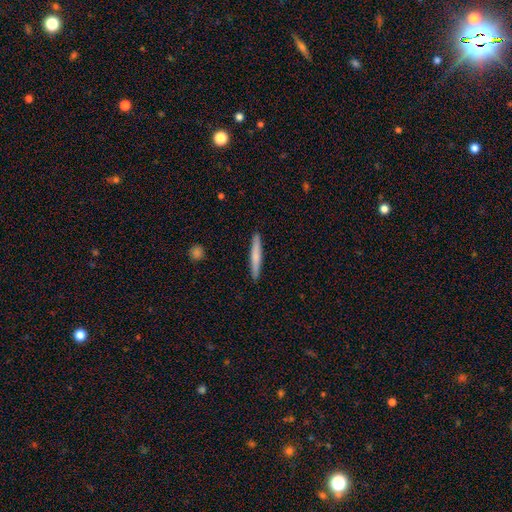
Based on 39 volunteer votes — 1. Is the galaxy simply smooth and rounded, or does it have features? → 82% smooth, 13% featured or disk, 5% star or artifact.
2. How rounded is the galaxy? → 100% cigar-shaped, 0% round, 0% in between.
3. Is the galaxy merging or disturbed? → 97% none, 3% minor disturbance, 0% major disturbance, 0% merger.